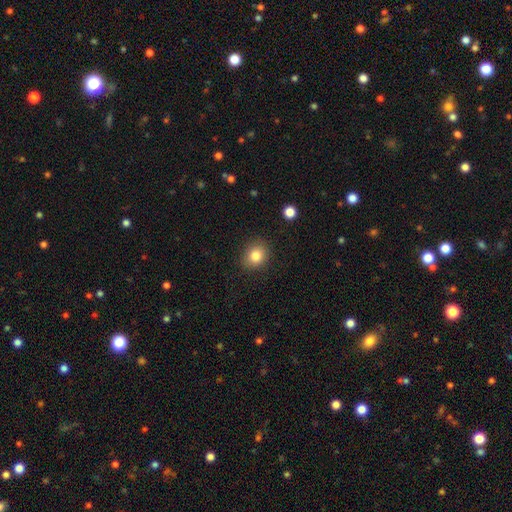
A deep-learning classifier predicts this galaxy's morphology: smooth-or-featured: smooth: 82% | star or artifact: 11% | featured or disk: 7%
  how-rounded: round: 66% | in between: 33% | cigar-shaped: 1%
  merging: none: 86% | minor disturbance: 10% | major disturbance: 3% | merger: 1%